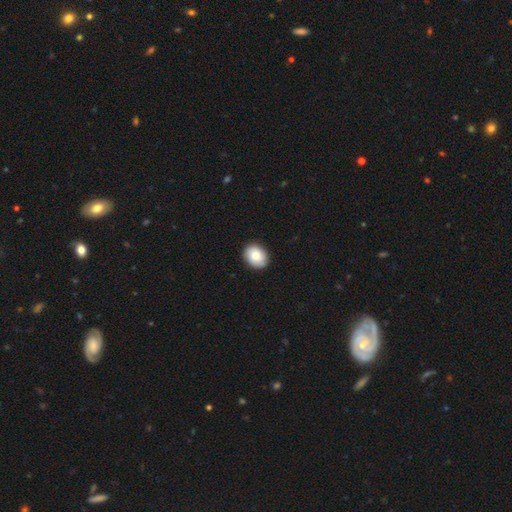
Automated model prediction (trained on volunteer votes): The model was most divided on "how rounded": in between: 52%, round: 47%, cigar-shaped: 1%. More confident: merging — none (86%); smooth or featured — smooth (81%).